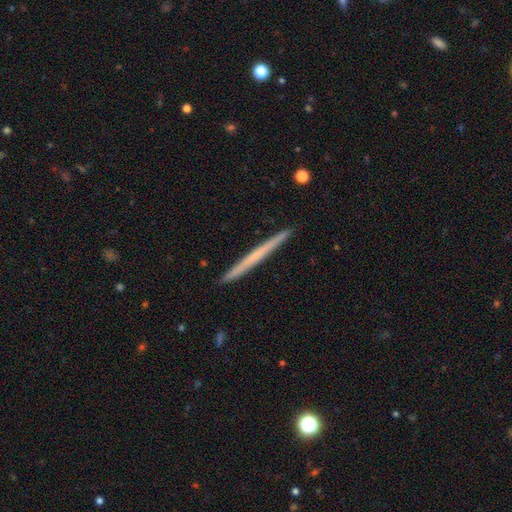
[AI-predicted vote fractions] This is possibly a featured or disk galaxy (49%). Merging: clearly none (93%).